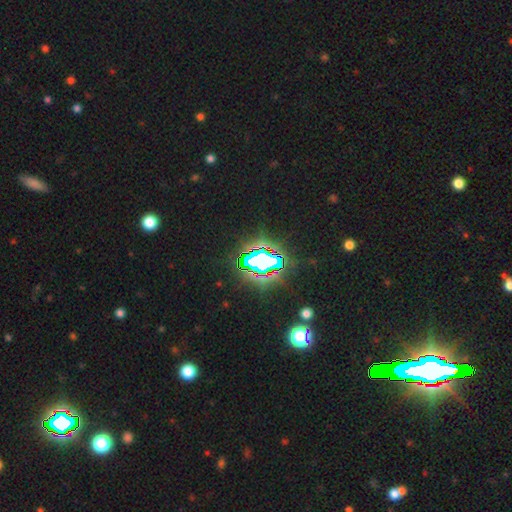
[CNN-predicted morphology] type=star or artifact (82%).